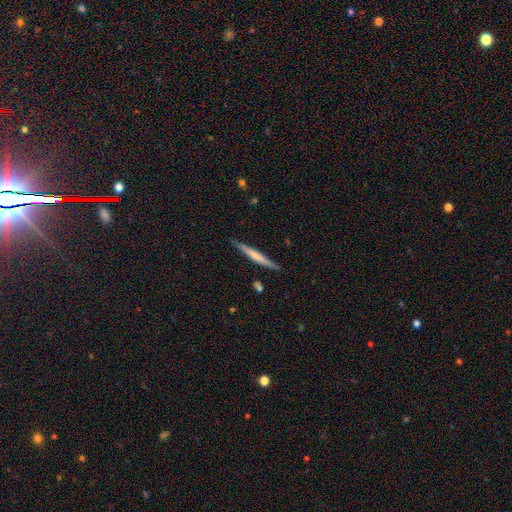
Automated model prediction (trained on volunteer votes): A smooth galaxy with no disk features (48%).

Vote fractions:
- Smooth or featured? smooth: 48% / featured or disk: 47% / star or artifact: 5%
- Merging? none: 88% / minor disturbance: 9% / merger: 2% / major disturbance: 2%